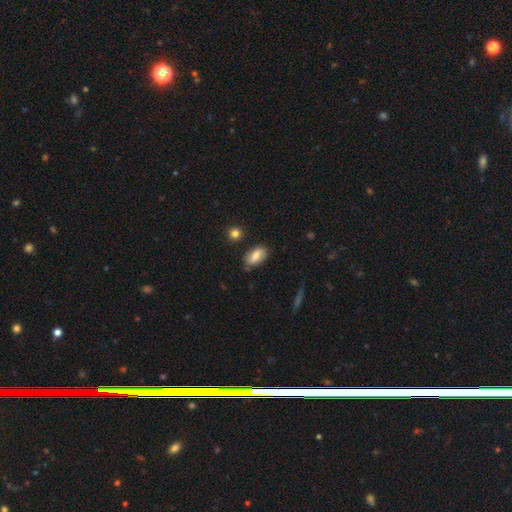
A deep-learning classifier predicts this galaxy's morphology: Smooth or featured? smooth (77%)
How rounded? in between (90%)
Merging? none (78%)